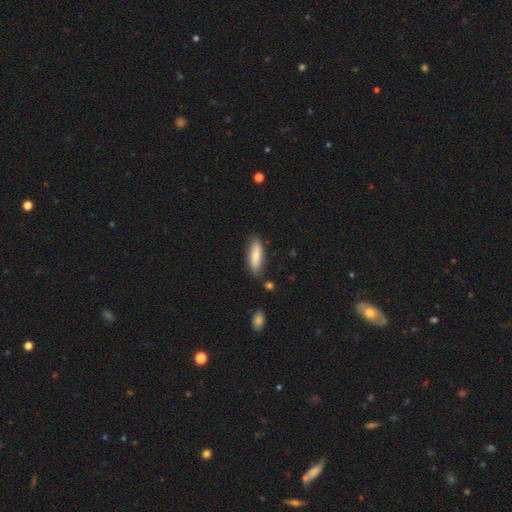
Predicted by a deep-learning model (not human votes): This is likely a smooth galaxy (75%). How rounded: possibly in between (55%). Merging: likely none (78%).